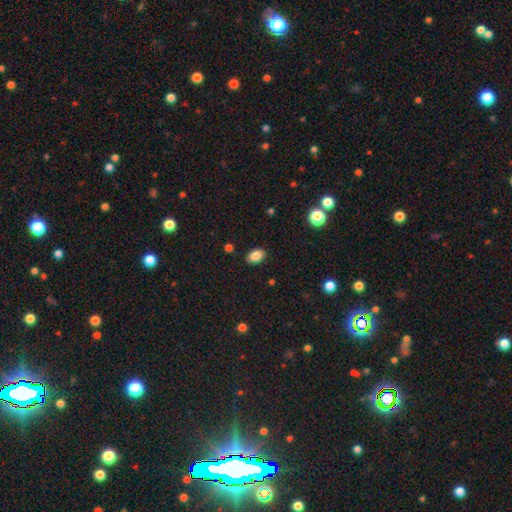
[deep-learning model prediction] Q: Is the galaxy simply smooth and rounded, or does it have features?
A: smooth — 85%.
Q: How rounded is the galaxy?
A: in between — 83%.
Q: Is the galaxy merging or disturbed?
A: none — 88%.